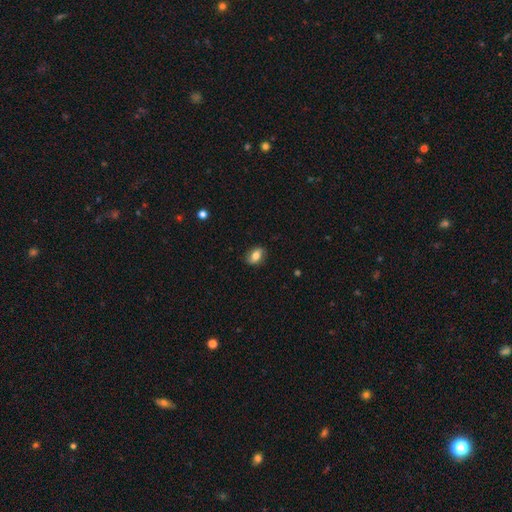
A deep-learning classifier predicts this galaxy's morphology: Smooth or featured?
  - smooth: 73% *
  - featured or disk: 19%
  - star or artifact: 8%
How rounded?
  - in between: 79% *
  - round: 17%
  - cigar-shaped: 3%
Merging?
  - none: 84% *
  - minor disturbance: 13%
  - major disturbance: 3%
  - merger: 1%